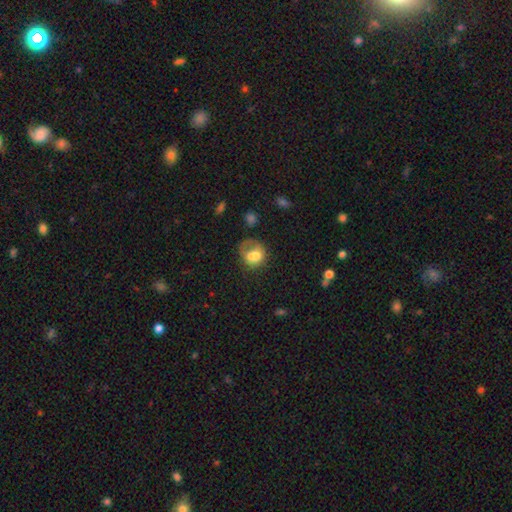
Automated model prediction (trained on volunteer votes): Overall: smooth (66%). How rounded: round (56%; in between 43%). Merging: major disturbance (34%; none 31%).